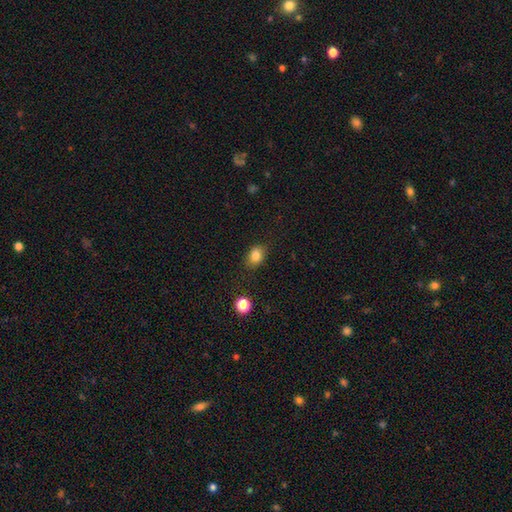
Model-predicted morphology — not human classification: Smooth or featured: smooth — 82% (star or artifact — 11%)
How rounded: in between — 66% (round — 33%)
Merging: none — 81% (minor disturbance — 13%)